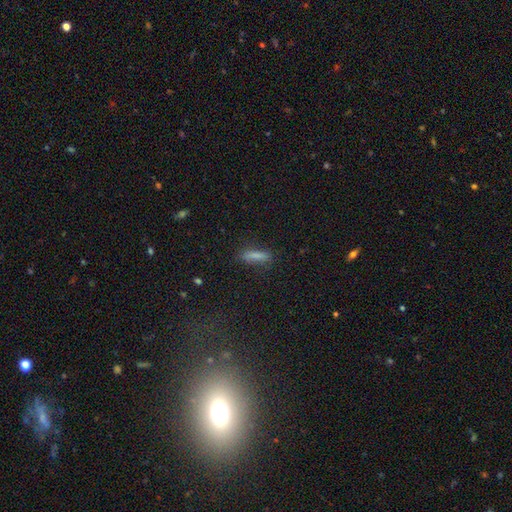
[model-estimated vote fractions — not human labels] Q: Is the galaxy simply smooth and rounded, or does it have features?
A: smooth — 80%.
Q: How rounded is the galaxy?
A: cigar-shaped — 68%.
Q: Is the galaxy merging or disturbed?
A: none — 80%.